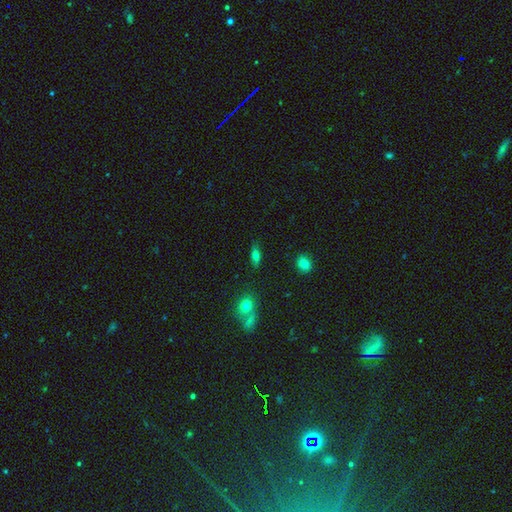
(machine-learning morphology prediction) Smooth or featured? Predicted: smooth (p=0.68). How rounded? Predicted: in between (p=0.73). Merging? Predicted: none (p=0.82).